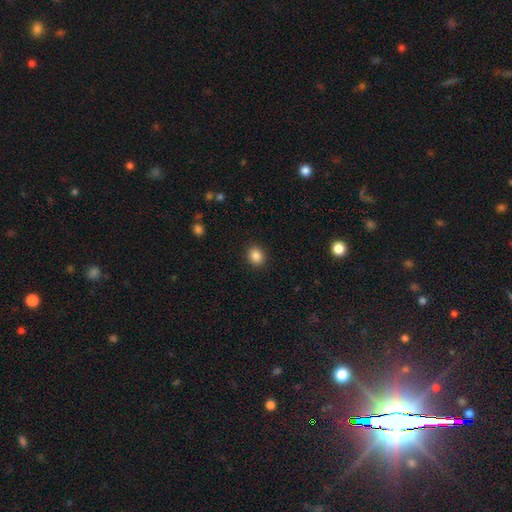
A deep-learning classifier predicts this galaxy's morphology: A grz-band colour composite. It shows a smooth galaxy with no disk features (87%) that is round (64%). Merging: none (90%).